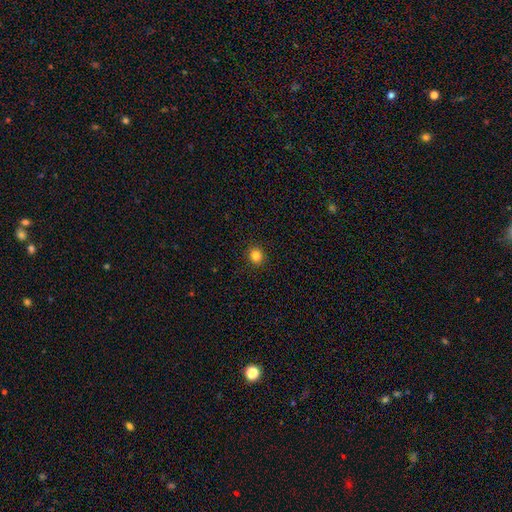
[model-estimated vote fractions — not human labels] smooth-or-featured: smooth: 83% | star or artifact: 12% | featured or disk: 5%
  how-rounded: round: 86% | in between: 13% | cigar-shaped: 1%
  merging: none: 92% | minor disturbance: 5% | major disturbance: 2% | merger: 1%